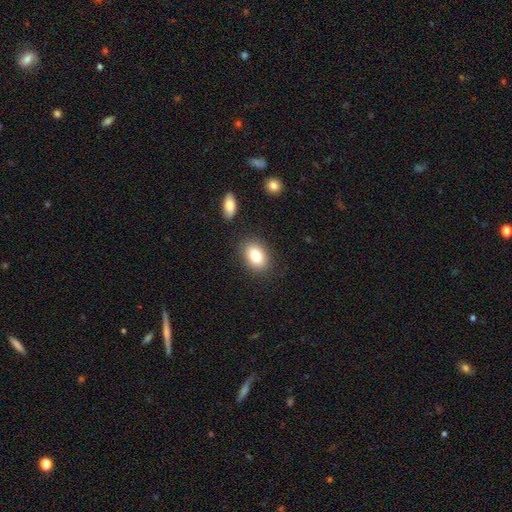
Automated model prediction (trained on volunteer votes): smooth-or-featured: smooth: 82% | featured or disk: 10% | star or artifact: 8%
  how-rounded: in between: 81% | round: 17% | cigar-shaped: 1%
  merging: none: 84% | minor disturbance: 10% | merger: 3% | major disturbance: 3%